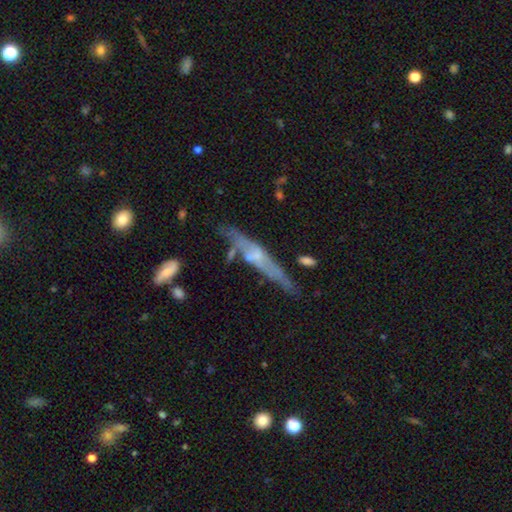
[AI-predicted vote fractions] This is likely a featured or disk galaxy (63%). It is clearly viewed edge-on (80%). Edge-on bulge: possibly rounded (47%). Merging: likely none (65%).